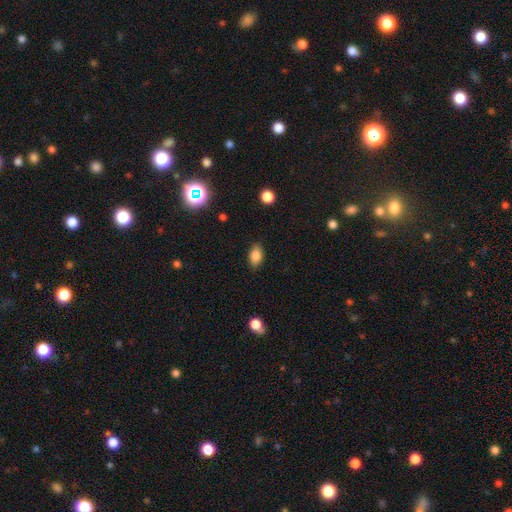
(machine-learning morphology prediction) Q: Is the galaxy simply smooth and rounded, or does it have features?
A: smooth — 84%.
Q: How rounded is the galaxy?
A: in between — 88%.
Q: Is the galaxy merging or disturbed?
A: none — 85%.